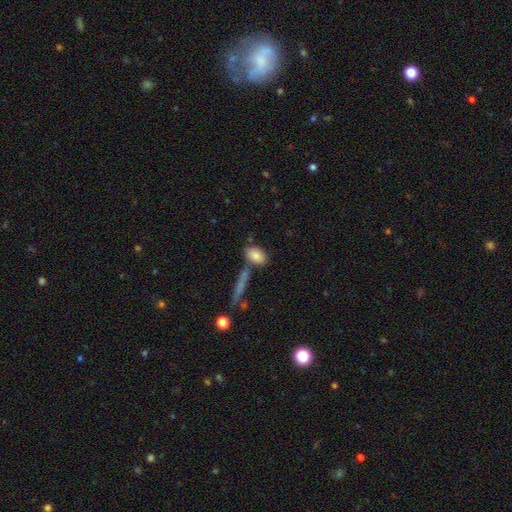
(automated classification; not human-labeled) Smooth or featured?
  - smooth: 83% *
  - featured or disk: 10%
  - star or artifact: 7%
How rounded?
  - in between: 83% *
  - round: 10%
  - cigar-shaped: 7%
Merging?
  - none: 64% *
  - merger: 18%
  - minor disturbance: 13%
  - major disturbance: 5%